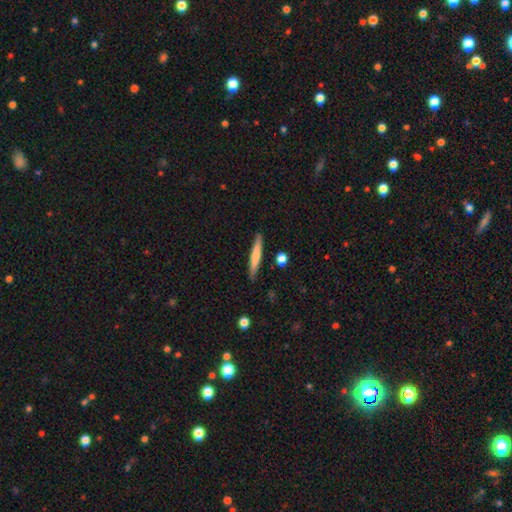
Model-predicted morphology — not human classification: type=smooth (67%); roundness=cigar-shaped (95%); merging=none (88%).